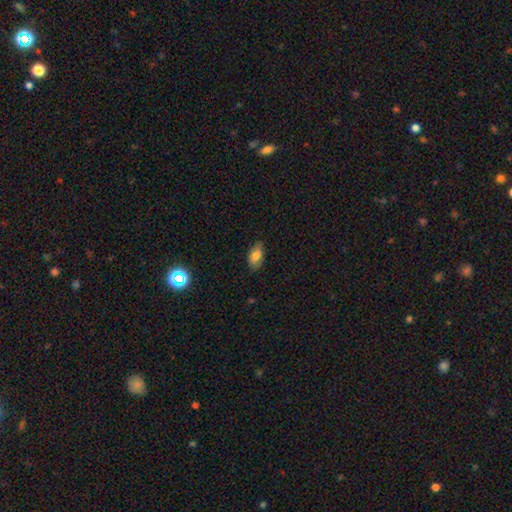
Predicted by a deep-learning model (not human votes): The model was most divided on "merging": none: 79%, minor disturbance: 17%, major disturbance: 3%, merger: 1%. More confident: how rounded — in between (90%); smooth or featured — smooth (79%).